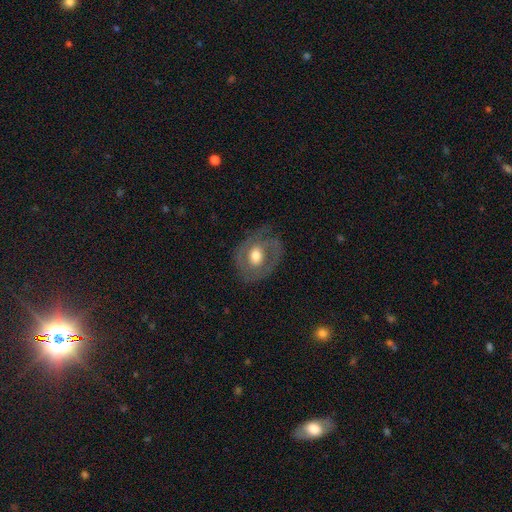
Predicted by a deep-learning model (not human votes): Smooth or featured?
  - featured or disk: 55% *
  - smooth: 38%
  - star or artifact: 7%
Edge-on disk?
  - no: 95% *
  - yes: 5%
Bar?
  - no: 72% *
  - weak: 22%
  - strong: 7%
Spiral arms?
  - no: 60% *
  - yes: 40%
Bulge size?
  - moderate: 62% *
  - large: 28%
  - small: 7%
  - dominant: 2%
  - none: 1%
Merging?
  - none: 66% *
  - minor disturbance: 20%
  - major disturbance: 12%
  - merger: 1%